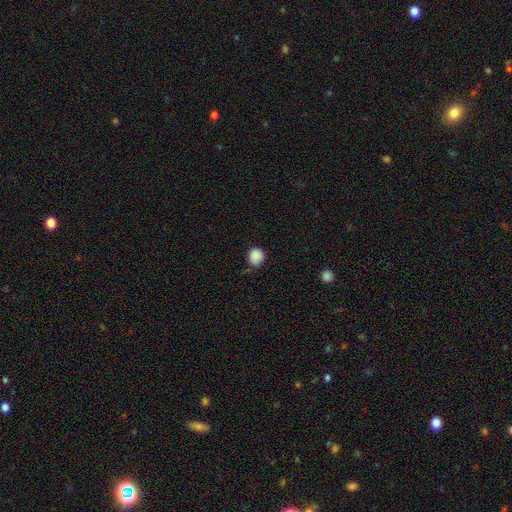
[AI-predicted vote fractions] smooth-or-featured: smooth: 88% | star or artifact: 9% | featured or disk: 3%
  how-rounded: round: 81% | in between: 19% | cigar-shaped: 1%
  merging: none: 72% | minor disturbance: 22% | major disturbance: 4% | merger: 2%